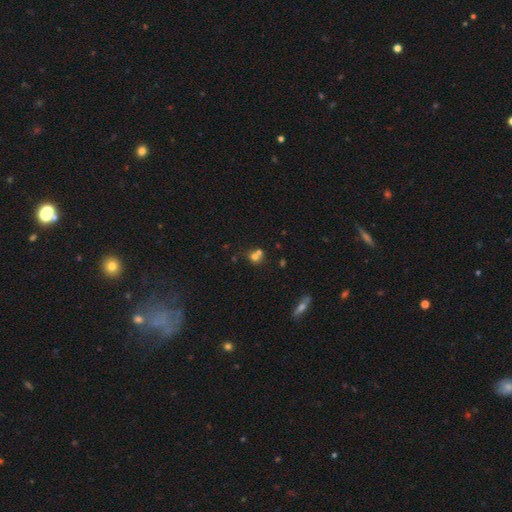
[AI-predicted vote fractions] Smooth or featured: smooth — 66% (star or artifact — 19%)
How rounded: round — 83% (in between — 16%)
Merging: merger — 47% (none — 43%)